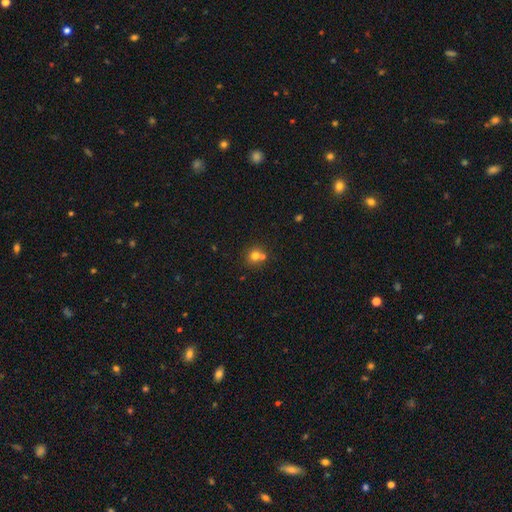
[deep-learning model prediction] This is likely a smooth galaxy (74%). How rounded: clearly round (84%). Merging: possibly none (51%).